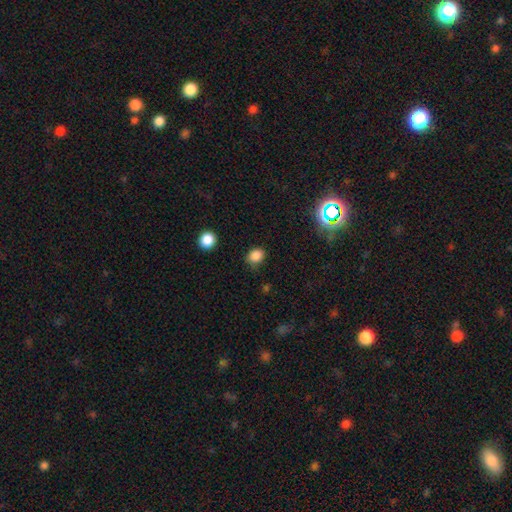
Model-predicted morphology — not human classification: A smooth galaxy with no disk features (84%) that is in between round and cigar-shaped (50%). Merging: none (80%).